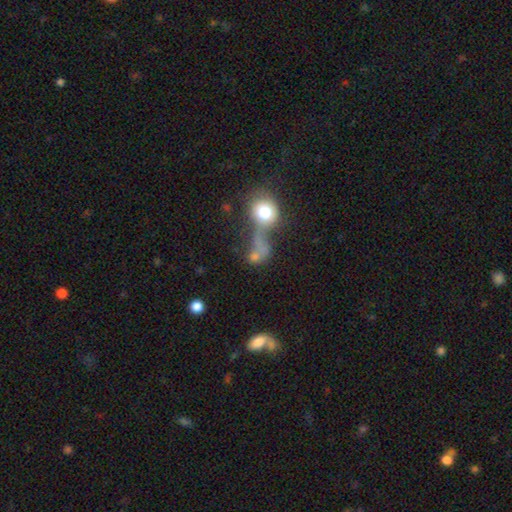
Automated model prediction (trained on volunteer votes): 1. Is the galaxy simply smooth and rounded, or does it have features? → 64% smooth, 19% featured or disk, 17% star or artifact.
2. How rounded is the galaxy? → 59% round, 36% in between, 5% cigar-shaped.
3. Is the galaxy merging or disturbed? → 46% merger, 22% major disturbance, 22% none, 10% minor disturbance.